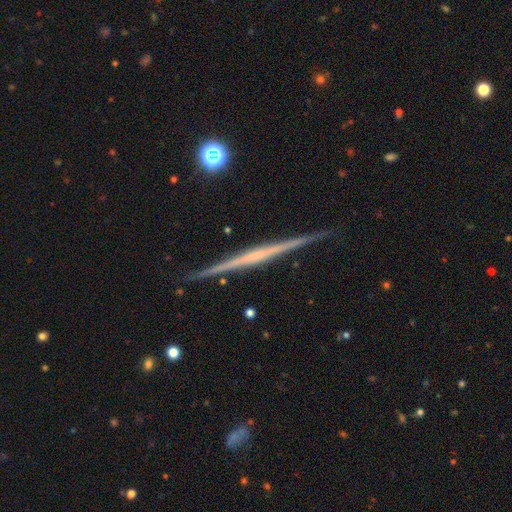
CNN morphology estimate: Q: Smooth or featured?
A: featured or disk (77%); runner-up: smooth (17%)
Q: Edge-on disk?
A: yes (98%); runner-up: no (2%)
Q: Edge-on bulge?
A: none (69%); runner-up: rounded (19%)
Q: Merging?
A: none (91%); runner-up: minor disturbance (7%)